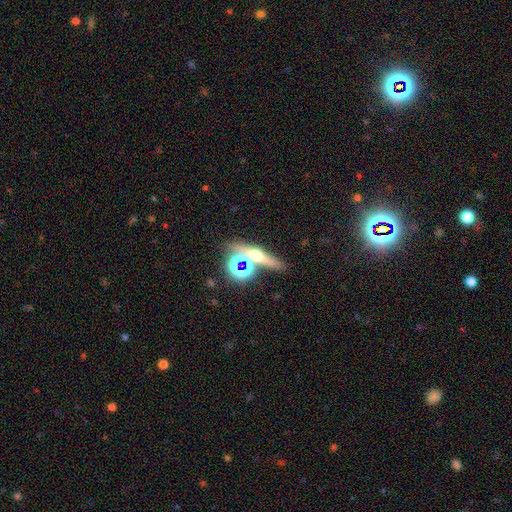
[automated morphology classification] Smooth or featured?
  - smooth: 36% *
  - featured or disk: 34%
  - star or artifact: 29%
Merging?
  - none: 67% *
  - merger: 19%
  - minor disturbance: 9%
  - major disturbance: 5%